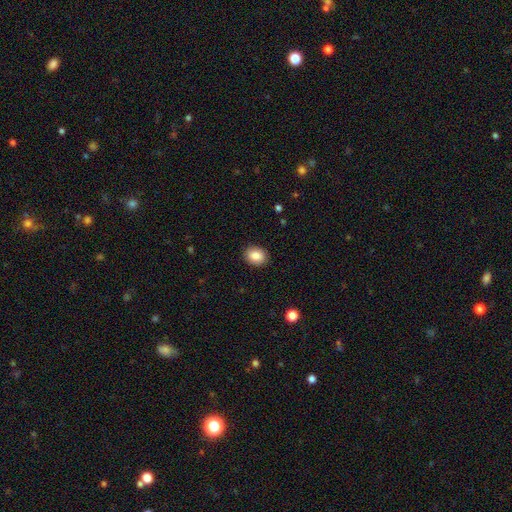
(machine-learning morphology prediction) Q: Smooth or featured?
A: smooth (86%); runner-up: star or artifact (8%)
Q: How rounded?
A: in between (51%); runner-up: round (48%)
Q: Merging?
A: none (90%); runner-up: minor disturbance (7%)